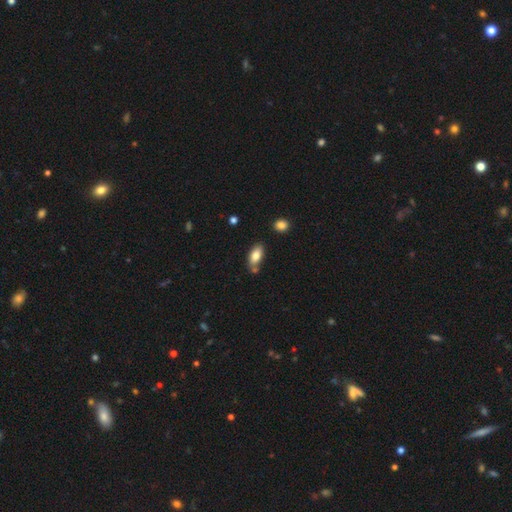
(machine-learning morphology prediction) Q: Smooth or featured?
A: smooth (82%); runner-up: featured or disk (11%)
Q: How rounded?
A: in between (90%); runner-up: cigar-shaped (6%)
Q: Merging?
A: none (66%); runner-up: minor disturbance (17%)